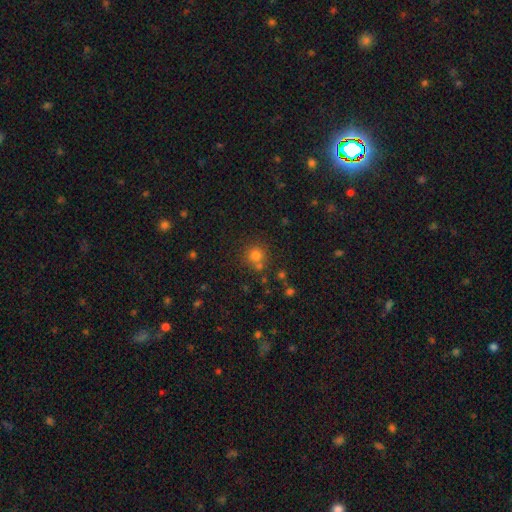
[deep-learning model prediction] smooth_or_featured: smooth (p=0.76) [alt: star or artifact p=0.16]
how_rounded: round (p=0.91) [alt: in between p=0.08]
merging: none (p=0.69) [alt: merger p=0.18]